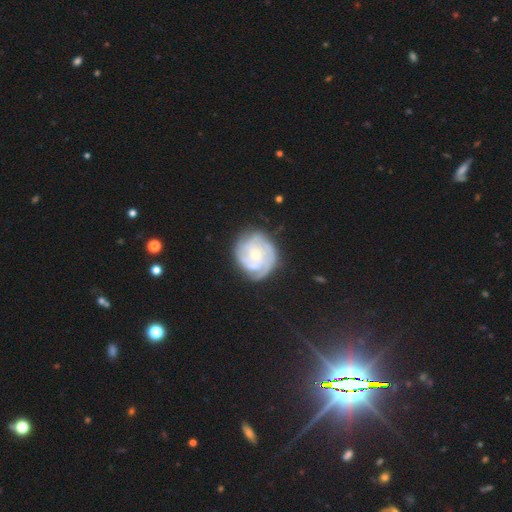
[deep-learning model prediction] Overall: featured or disk (79%). Edge-on disk: no (98%). Bar: no (74%). Spiral arms: yes (91%). Spiral arm count: can't tell (33%; 3 26%). Spiral winding: tight (66%; medium 27%). Bulge size: small (50%; moderate 44%). Merging: none (69%).